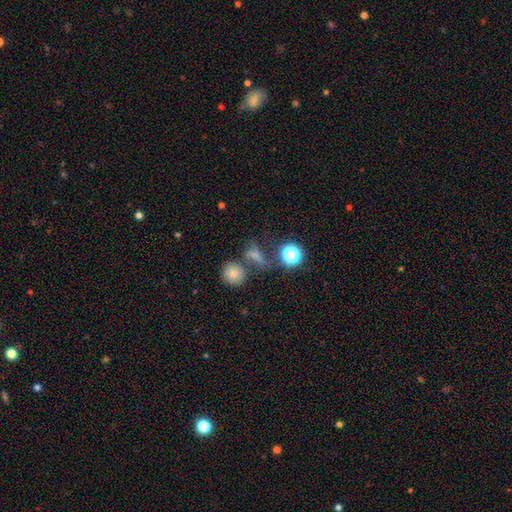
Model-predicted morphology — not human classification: Smooth or featured? Predicted: smooth (p=0.59). How rounded? Predicted: round (p=0.46). Merging? Predicted: none (p=0.49).